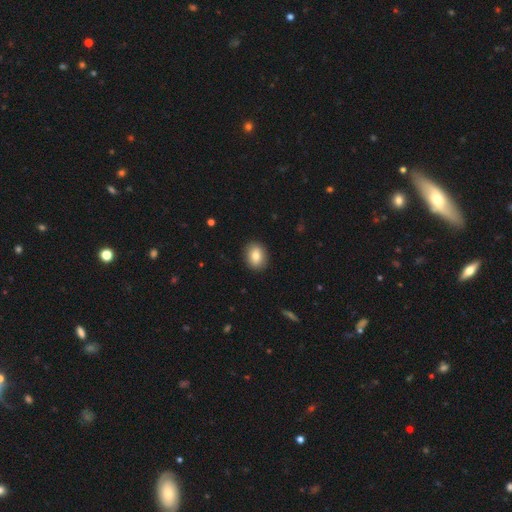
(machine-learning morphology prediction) Smooth or featured? Predicted: smooth (p=0.81). How rounded? Predicted: in between (p=0.54). Merging? Predicted: none (p=0.89).